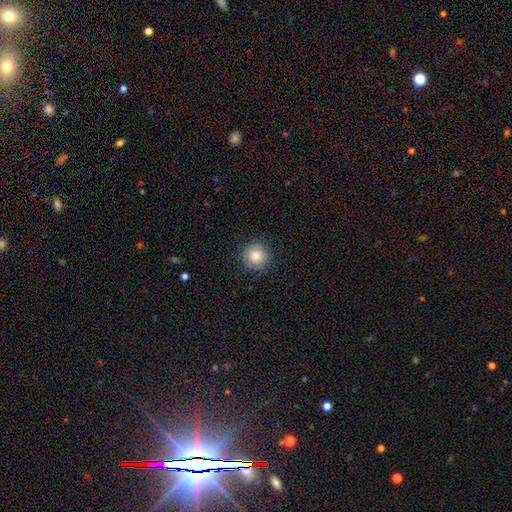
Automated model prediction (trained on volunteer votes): This is clearly a smooth galaxy (82%). How rounded: clearly round (95%). Merging: clearly none (89%).